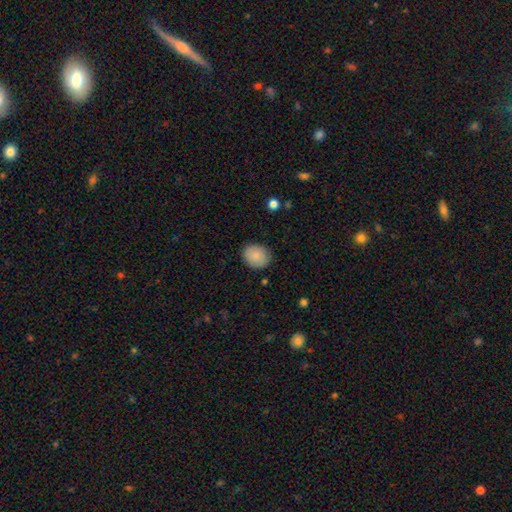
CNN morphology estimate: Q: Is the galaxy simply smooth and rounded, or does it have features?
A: smooth — 86%.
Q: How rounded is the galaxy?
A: round — 54%.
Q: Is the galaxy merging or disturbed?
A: none — 86%.